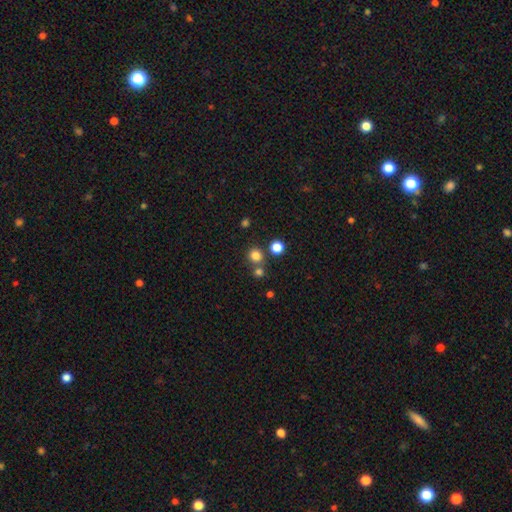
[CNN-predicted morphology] Smooth or featured?
  - smooth: 79% *
  - star or artifact: 16%
  - featured or disk: 5%
How rounded?
  - round: 89% *
  - in between: 11%
  - cigar-shaped: 1%
Merging?
  - none: 69% *
  - merger: 21%
  - minor disturbance: 7%
  - major disturbance: 3%